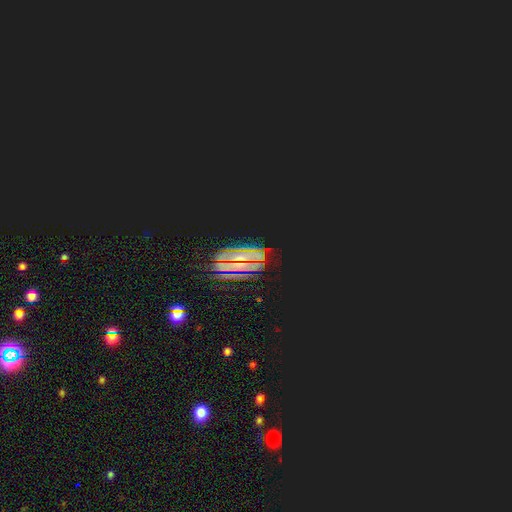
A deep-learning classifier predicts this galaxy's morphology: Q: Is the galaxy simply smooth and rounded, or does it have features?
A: star or artifact — 56%.